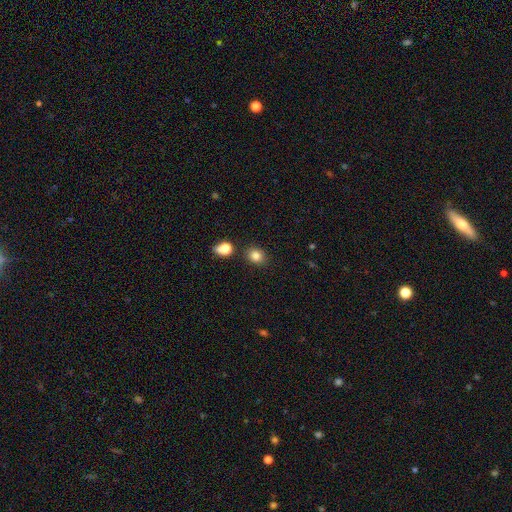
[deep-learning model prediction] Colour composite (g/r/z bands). It shows a smooth galaxy with no disk features (83%) that is round (62%). Merging: none (82%).